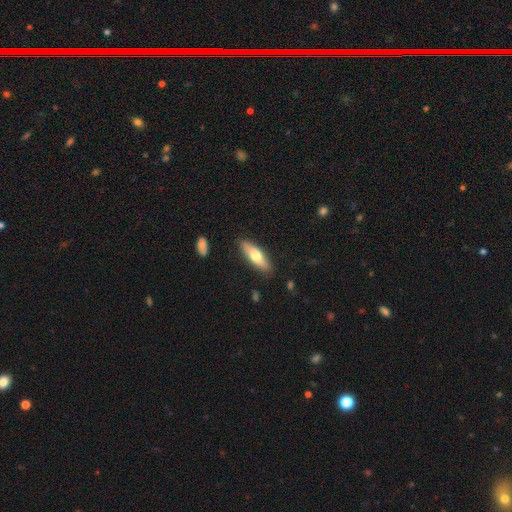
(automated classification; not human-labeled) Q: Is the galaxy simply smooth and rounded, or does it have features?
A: smooth — 62%.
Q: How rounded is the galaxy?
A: cigar-shaped — 53%.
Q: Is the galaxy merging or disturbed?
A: none — 86%.